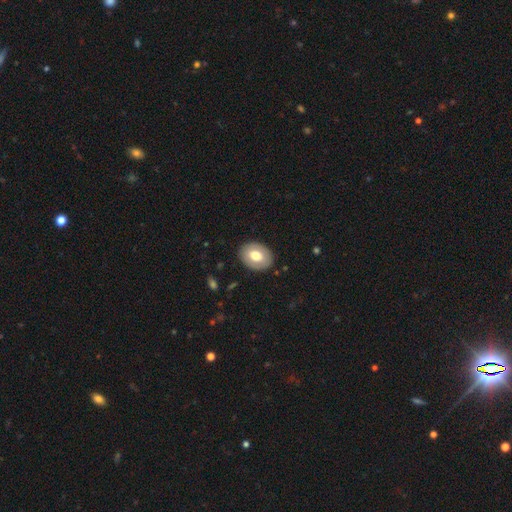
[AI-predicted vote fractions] The model was most divided on "how rounded": in between: 70%, round: 29%, cigar-shaped: 1%. More confident: merging — none (87%); smooth or featured — smooth (67%).